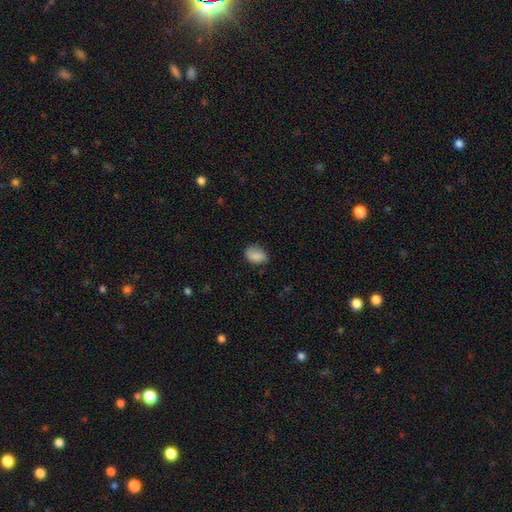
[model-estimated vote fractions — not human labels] A smooth galaxy with no disk features (84%) that is in between round and cigar-shaped (76%). Merging: none (69%).